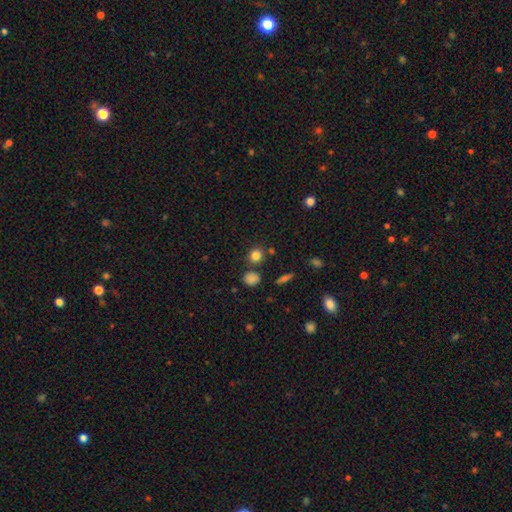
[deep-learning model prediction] smooth 82%, star or artifact 12%, featured or disk 6%. Down the decision tree: how rounded — round (79%); merging — none (79%).